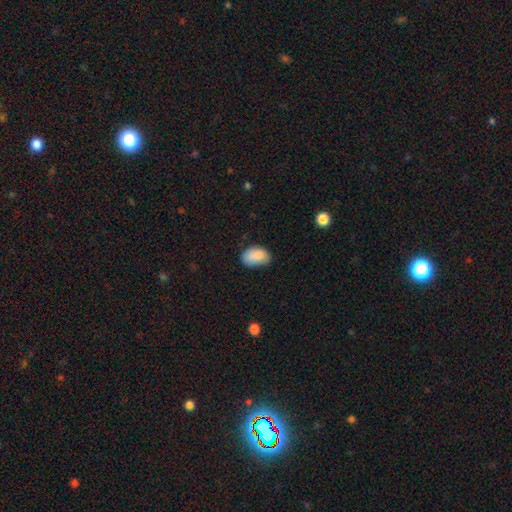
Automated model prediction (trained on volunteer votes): Overall: smooth (86%). How rounded: in between (89%). Merging: none (62%; minor disturbance 30%).